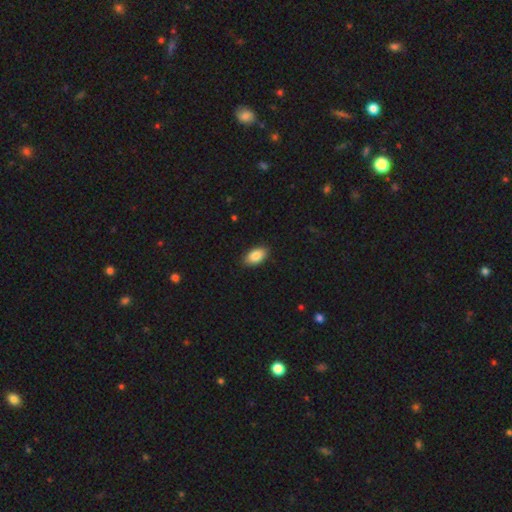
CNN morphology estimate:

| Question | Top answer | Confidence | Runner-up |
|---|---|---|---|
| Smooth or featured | smooth | 87% | star or artifact (7%) |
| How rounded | in between | 93% | round (5%) |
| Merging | none | 88% | minor disturbance (9%) |